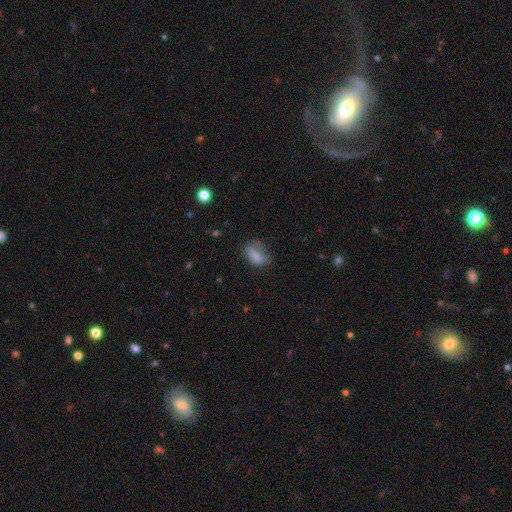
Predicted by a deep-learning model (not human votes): smooth-or-featured: smooth: 78% | featured or disk: 11% | star or artifact: 11%
  how-rounded: in between: 85% | round: 10% | cigar-shaped: 5%
  merging: none: 47% | minor disturbance: 32% | major disturbance: 19% | merger: 3%